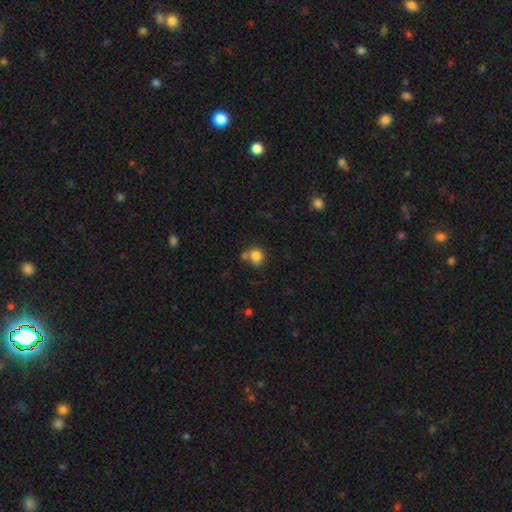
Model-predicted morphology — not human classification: type=smooth (82%); roundness=round (77%); merging=none (53%).